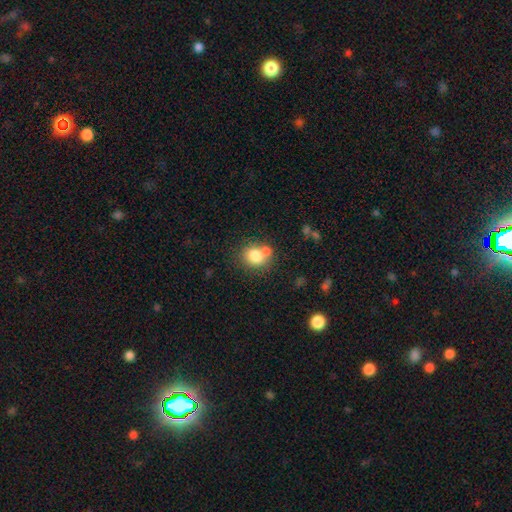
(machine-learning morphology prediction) type=smooth (79%); roundness=round (72%); merging=none (55%).